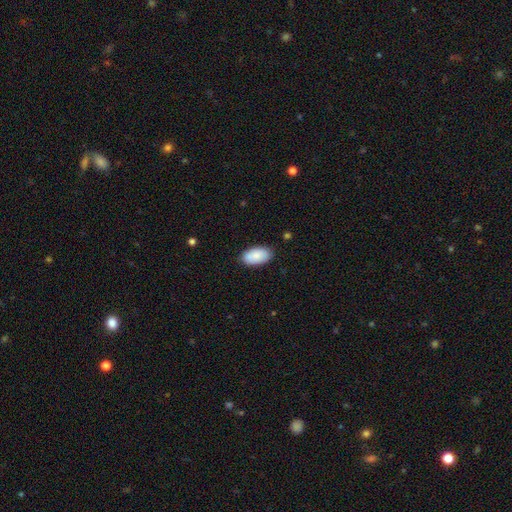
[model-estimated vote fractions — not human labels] Overall: smooth (86%). How rounded: in between (95%). Merging: none (85%).